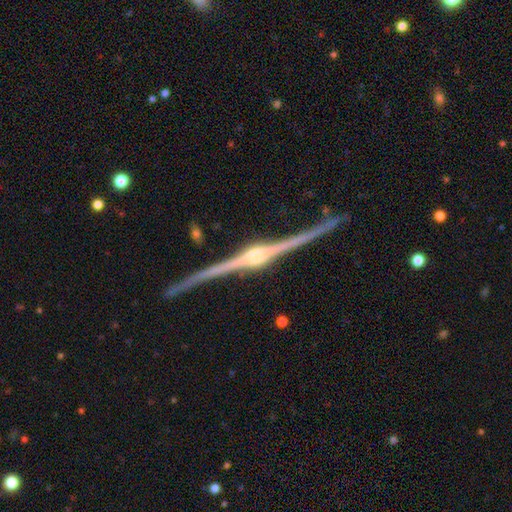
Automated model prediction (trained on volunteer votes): The model was most divided on "merging": none: 86%, minor disturbance: 10%, major disturbance: 2%, merger: 2%. More confident: edge-on disk — yes (98%); smooth or featured — featured or disk (93%); edge-on bulge — rounded (92%).